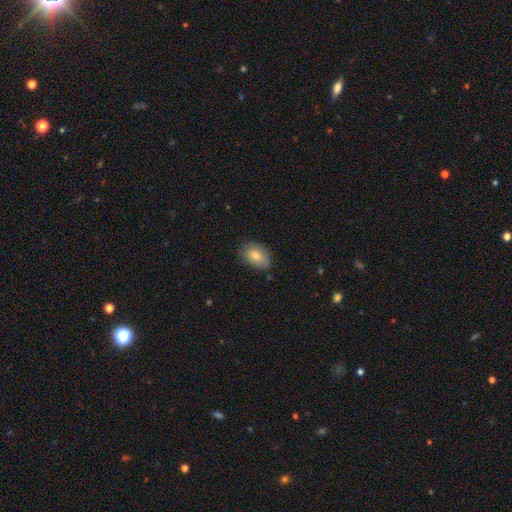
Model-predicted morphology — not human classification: The model was most divided on "merging": none: 76%, minor disturbance: 19%, major disturbance: 4%, merger: 1%. More confident: how rounded — in between (87%); smooth or featured — smooth (82%).